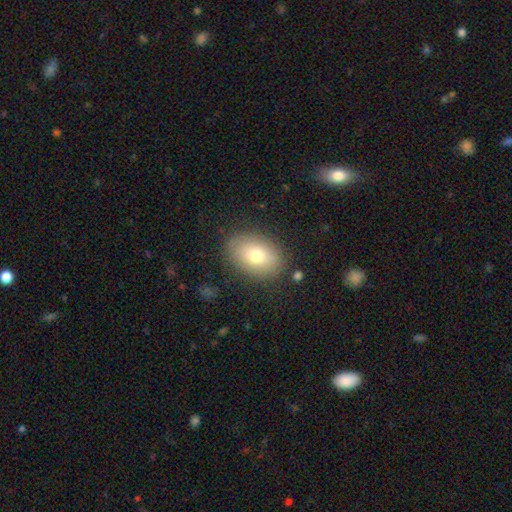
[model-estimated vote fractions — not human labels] This is likely a smooth galaxy (75%). How rounded: clearly in between (81%). Merging: clearly none (84%).